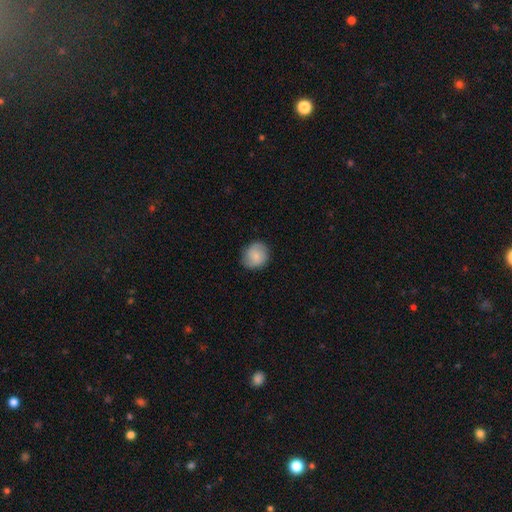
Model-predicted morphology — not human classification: Smooth or featured? Predicted: smooth (p=0.75). How rounded? Predicted: round (p=0.84). Merging? Predicted: none (p=0.82).